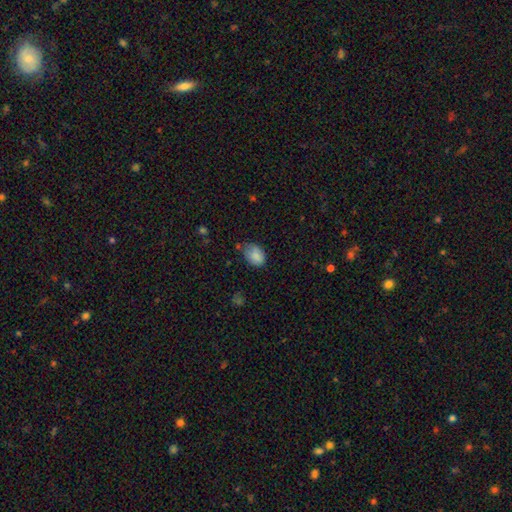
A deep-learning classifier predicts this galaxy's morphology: A smooth galaxy with no disk features (84%) that is in between round and cigar-shaped (78%).

Vote fractions:
- Smooth or featured? smooth: 84% / star or artifact: 8% / featured or disk: 8%
- How rounded? in between: 78% / round: 21% / cigar-shaped: 1%
- Merging? none: 58% / minor disturbance: 31% / major disturbance: 7% / merger: 4%